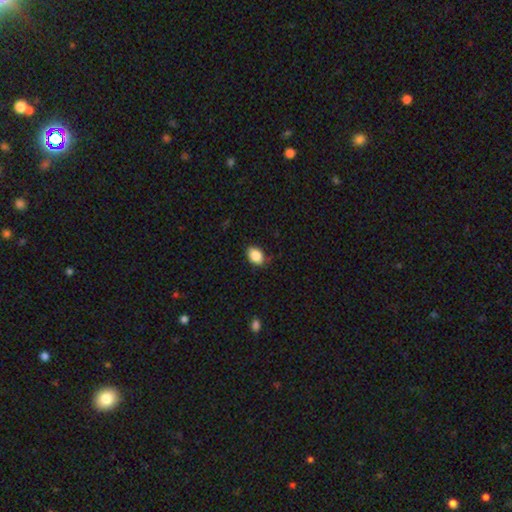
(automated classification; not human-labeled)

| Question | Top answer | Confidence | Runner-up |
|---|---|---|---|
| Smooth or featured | smooth | 87% | star or artifact (8%) |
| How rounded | in between | 79% | round (20%) |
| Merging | none | 78% | minor disturbance (17%) |